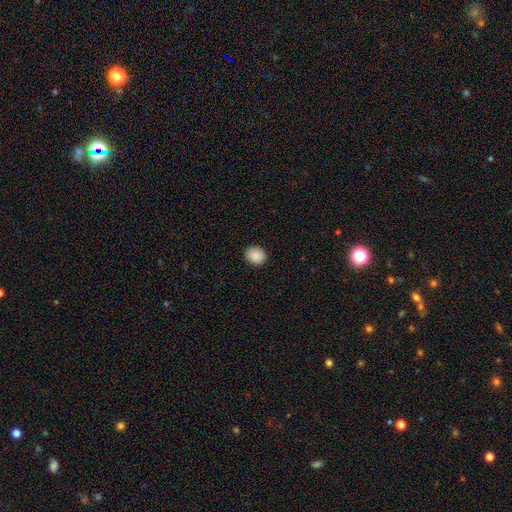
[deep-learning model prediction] Q: Smooth or featured?
A: smooth (90%); runner-up: star or artifact (8%)
Q: How rounded?
A: round (61%); runner-up: in between (38%)
Q: Merging?
A: none (91%); runner-up: minor disturbance (6%)